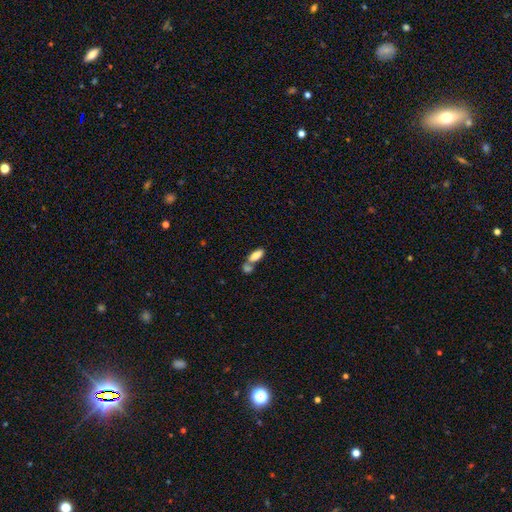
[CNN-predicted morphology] Q: Smooth or featured?
A: smooth (76%); runner-up: featured or disk (17%)
Q: How rounded?
A: in between (84%); runner-up: cigar-shaped (13%)
Q: Merging?
A: merger (49%); runner-up: none (37%)